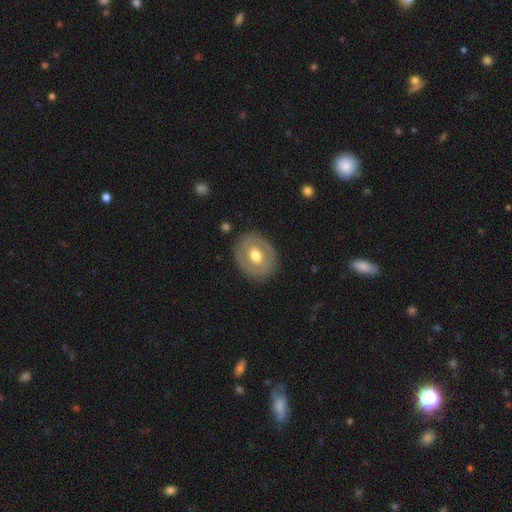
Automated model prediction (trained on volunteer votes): Morphology: type=featured or disk (50%); merging=none (83%).